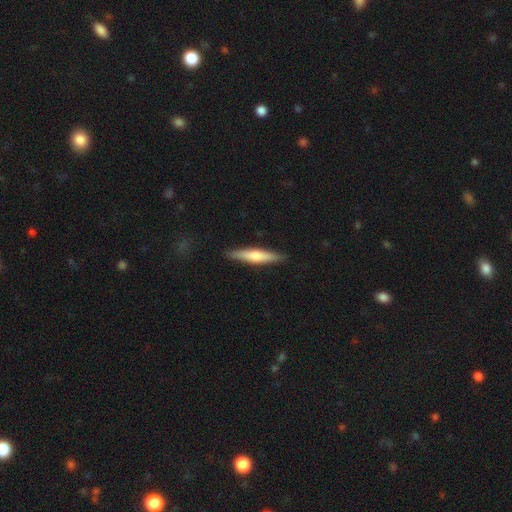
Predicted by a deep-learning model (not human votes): This appears to be a smooth galaxy with no disk features (53%) that is cigar-shaped (90%). Merging: none (90%).